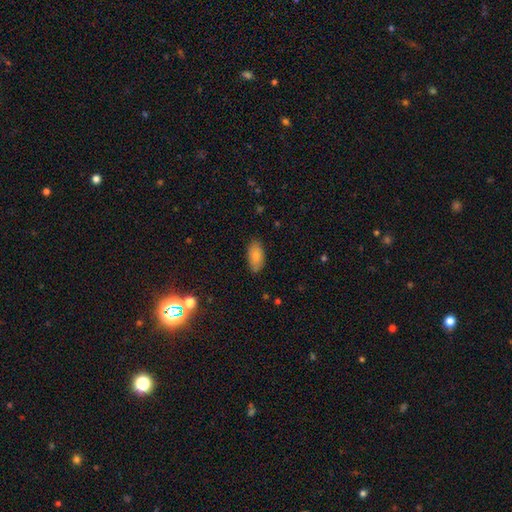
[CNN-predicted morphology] Smooth or featured: smooth — 84% (featured or disk — 9%)
How rounded: in between — 94% (cigar-shaped — 4%)
Merging: none — 83% (minor disturbance — 13%)